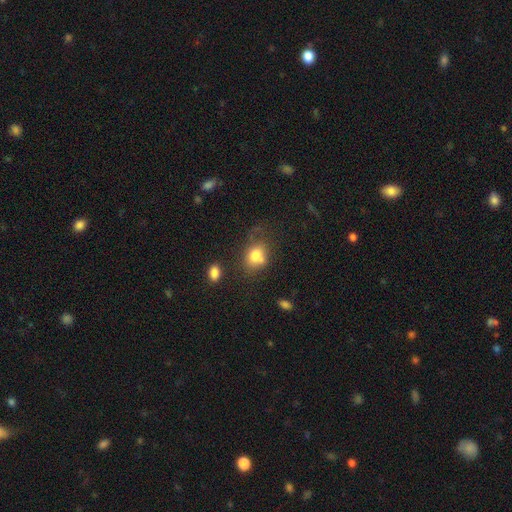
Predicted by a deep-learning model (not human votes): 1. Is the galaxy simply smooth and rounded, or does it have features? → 77% smooth, 12% featured or disk, 10% star or artifact.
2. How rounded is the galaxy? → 54% in between, 45% round, 1% cigar-shaped.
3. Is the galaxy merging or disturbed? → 45% none, 25% minor disturbance, 15% merger, 15% major disturbance.